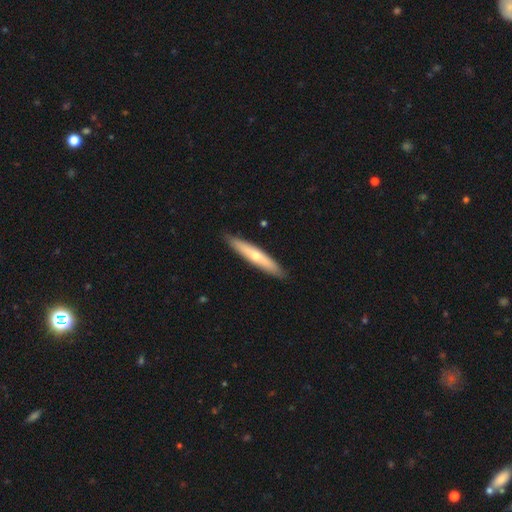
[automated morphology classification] Smooth or featured: smooth — 49% (featured or disk — 46%)
Merging: none — 90% (minor disturbance — 8%)